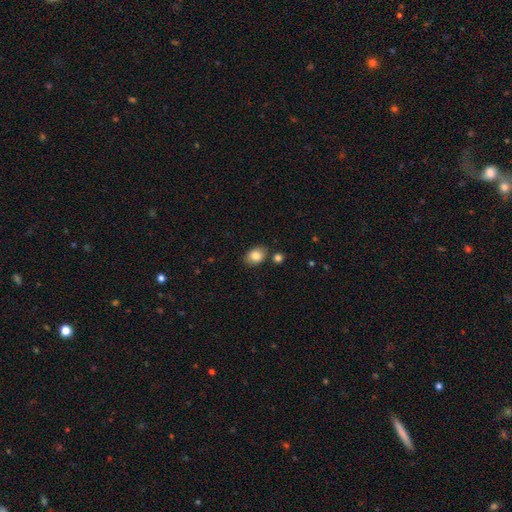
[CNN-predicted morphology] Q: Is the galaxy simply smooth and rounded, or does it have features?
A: smooth — 84%.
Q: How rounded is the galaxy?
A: in between — 73%.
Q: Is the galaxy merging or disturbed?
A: none — 80%.